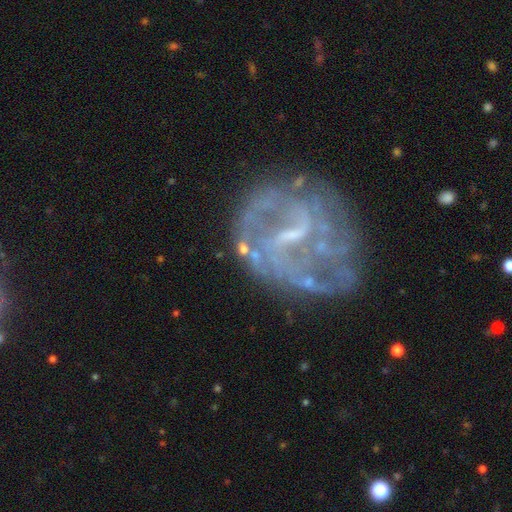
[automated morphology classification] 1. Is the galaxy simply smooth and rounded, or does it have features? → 83% featured or disk, 9% star or artifact, 8% smooth.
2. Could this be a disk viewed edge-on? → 98% no, 2% yes.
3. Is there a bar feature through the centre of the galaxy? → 46% weak, 32% strong, 22% no.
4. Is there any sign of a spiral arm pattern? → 80% yes, 20% no.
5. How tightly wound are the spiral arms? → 40% medium, 33% loose, 26% tight.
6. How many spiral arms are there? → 41% 2, 26% can't tell, 12% 3, 8% 1, 7% 4, 6% more than 4.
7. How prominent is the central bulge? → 41% none, 39% small, 17% moderate, 2% large, 1% dominant.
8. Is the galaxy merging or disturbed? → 50% none, 24% major disturbance, 20% minor disturbance, 6% merger.